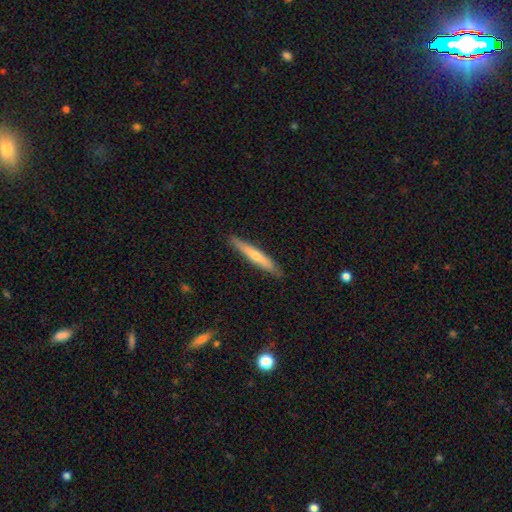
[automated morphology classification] Smooth or featured?
  - smooth: 53% *
  - featured or disk: 41%
  - star or artifact: 5%
How rounded?
  - cigar-shaped: 93% *
  - in between: 5%
  - round: 1%
Merging?
  - none: 88% *
  - minor disturbance: 9%
  - major disturbance: 2%
  - merger: 1%